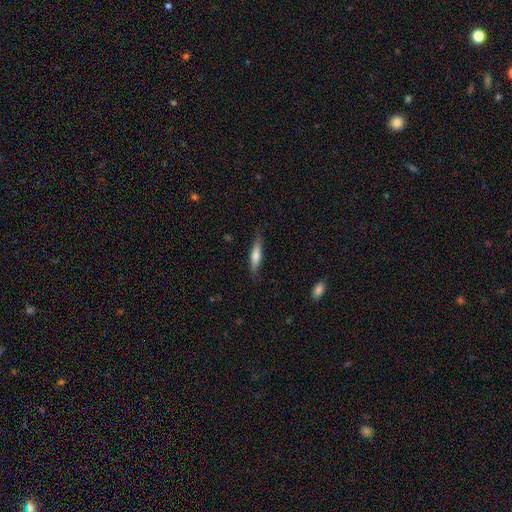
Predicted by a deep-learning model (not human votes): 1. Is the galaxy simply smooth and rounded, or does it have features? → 62% smooth, 32% featured or disk, 6% star or artifact.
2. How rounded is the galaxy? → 79% cigar-shaped, 19% in between, 2% round.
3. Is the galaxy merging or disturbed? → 82% none, 14% minor disturbance, 3% major disturbance, 1% merger.